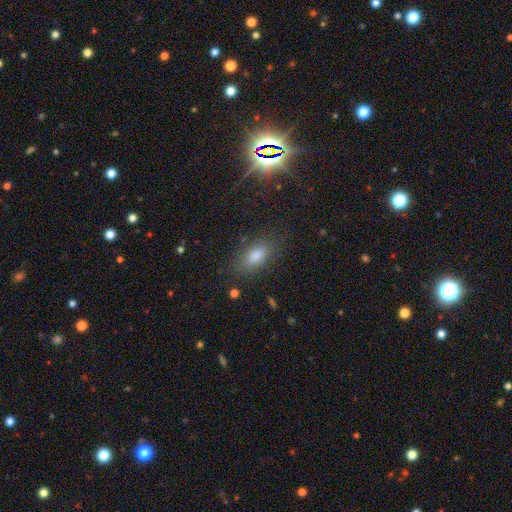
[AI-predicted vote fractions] This appears to be a smooth galaxy with no disk features (70%) that is in between round and cigar-shaped (83%). Merging: none (82%).